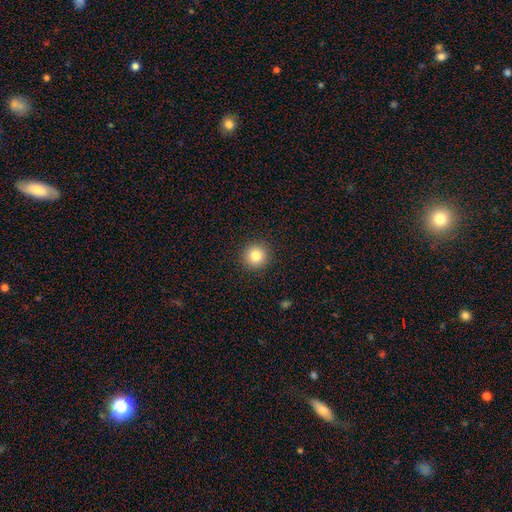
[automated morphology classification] A smooth galaxy with no disk features (82%) that is round (95%). Merging: none (92%).